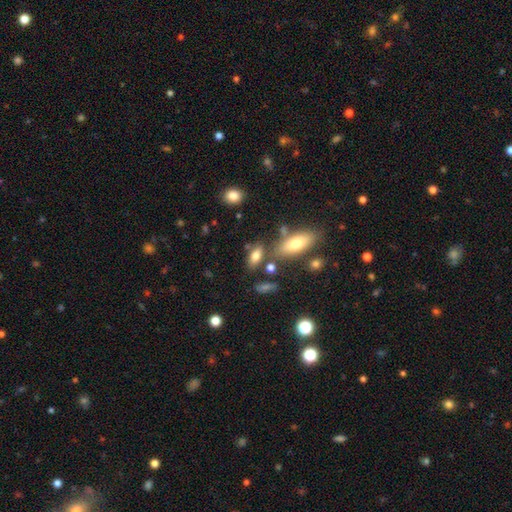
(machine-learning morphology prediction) Smooth or featured? Predicted: smooth (p=0.73). How rounded? Predicted: in between (p=0.81). Merging? Predicted: none (p=0.65).